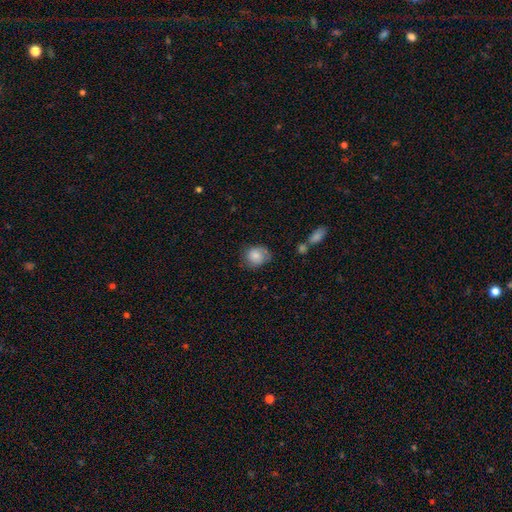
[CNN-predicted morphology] Smooth or featured?
  - smooth: 77% *
  - featured or disk: 15%
  - star or artifact: 8%
How rounded?
  - round: 67% *
  - in between: 32%
  - cigar-shaped: 1%
Merging?
  - none: 63% *
  - minor disturbance: 27%
  - major disturbance: 8%
  - merger: 3%